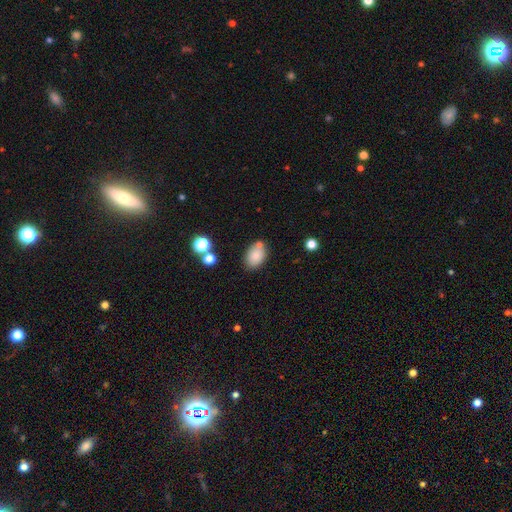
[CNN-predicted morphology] smooth-or-featured: smooth: 82% | star or artifact: 9% | featured or disk: 9%
  how-rounded: in between: 84% | round: 15% | cigar-shaped: 1%
  merging: none: 67% | minor disturbance: 16% | merger: 13% | major disturbance: 4%